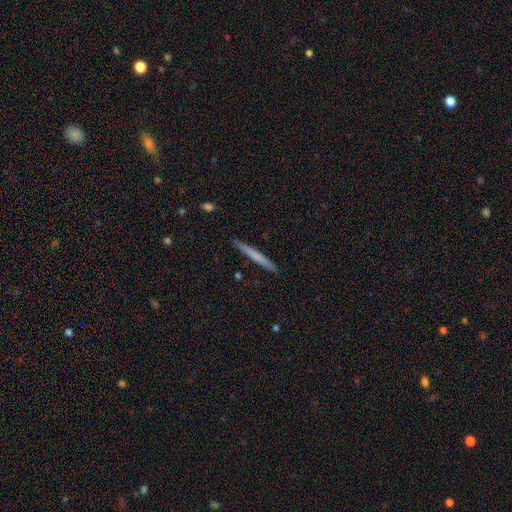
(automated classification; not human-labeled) The model was most divided on "smooth or featured": smooth: 64%, featured or disk: 30%, star or artifact: 5%. More confident: how rounded — cigar-shaped (97%); merging — none (90%).